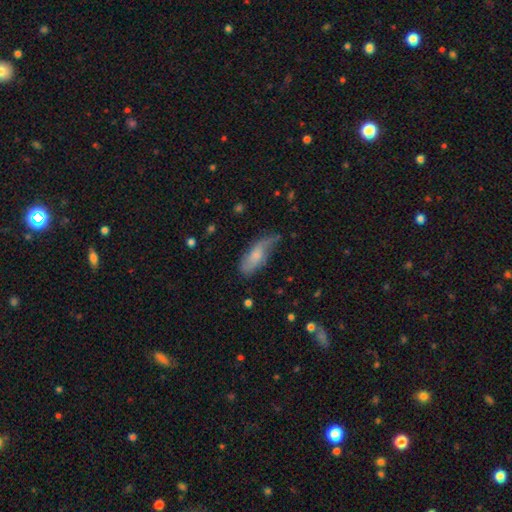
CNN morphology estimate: smooth_or_featured: smooth (p=0.54) [alt: featured or disk p=0.39]
how_rounded: in between (p=0.70) [alt: cigar-shaped p=0.28]
merging: none (p=0.44) [alt: minor disturbance p=0.38]